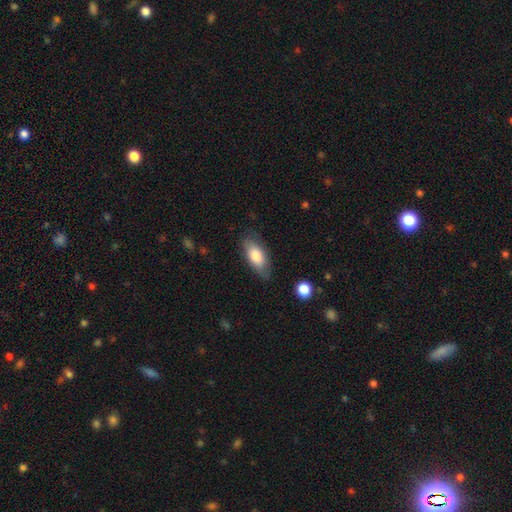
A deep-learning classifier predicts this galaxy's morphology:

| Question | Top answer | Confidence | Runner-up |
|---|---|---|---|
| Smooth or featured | smooth | 76% | featured or disk (17%) |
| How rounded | in between | 86% | cigar-shaped (11%) |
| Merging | none | 75% | minor disturbance (19%) |